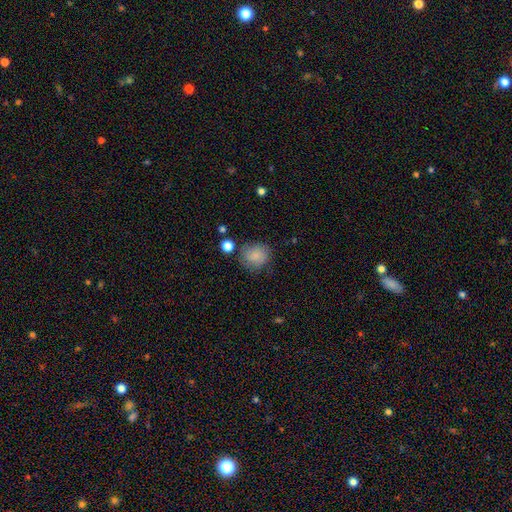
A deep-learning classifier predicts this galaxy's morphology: Smooth or featured? smooth (83%)
How rounded? round (82%)
Merging? none (71%)